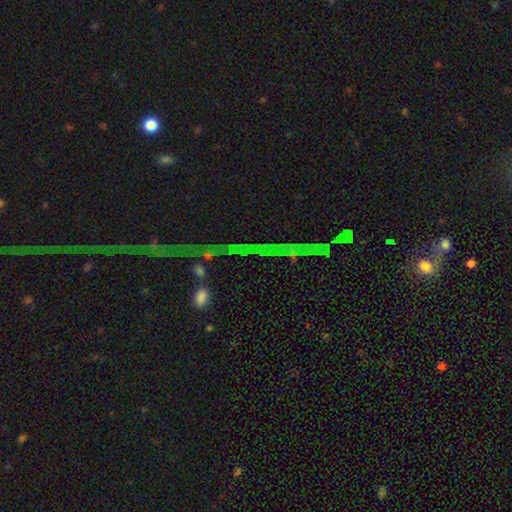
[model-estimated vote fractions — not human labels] Smooth or featured: star or artifact — 76% (featured or disk — 13%)